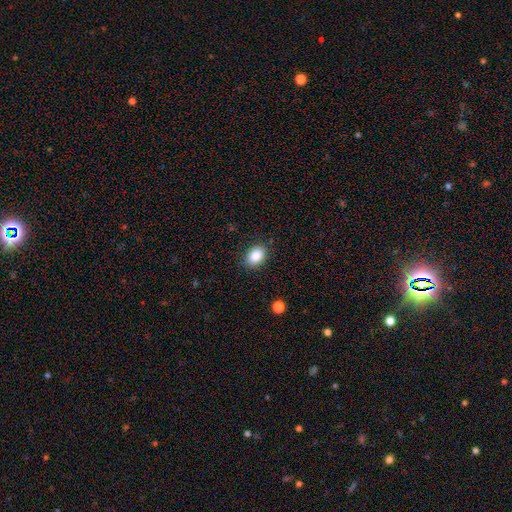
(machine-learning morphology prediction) Smooth or featured? smooth (86%)
How rounded? in between (73%)
Merging? none (86%)